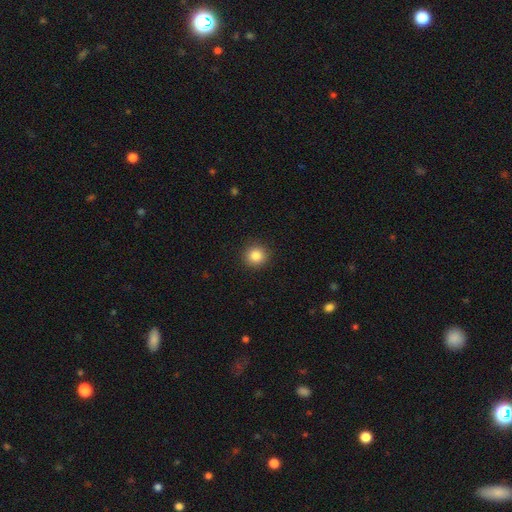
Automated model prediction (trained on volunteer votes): Smooth or featured? smooth (85%)
How rounded? round (92%)
Merging? none (92%)